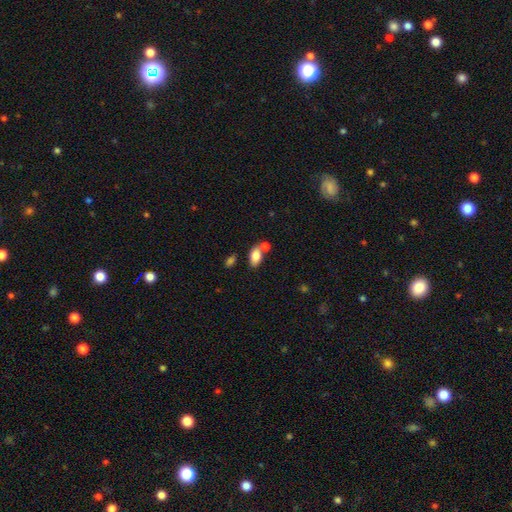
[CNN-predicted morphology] A smooth galaxy with no disk features (81%) that is in between round and cigar-shaped (91%).

Vote fractions:
- Smooth or featured? smooth: 81% / featured or disk: 11% / star or artifact: 8%
- How rounded? in between: 91% / round: 7% / cigar-shaped: 3%
- Merging? none: 54% / merger: 30% / minor disturbance: 13% / major disturbance: 4%